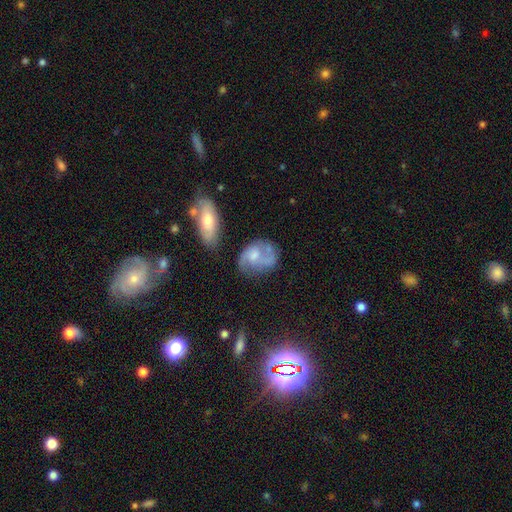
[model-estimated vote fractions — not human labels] Smooth or featured?
  - featured or disk: 58% *
  - smooth: 34%
  - star or artifact: 8%
Edge-on disk?
  - no: 96% *
  - yes: 4%
Bar?
  - no: 67% *
  - weak: 28%
  - strong: 4%
Spiral arms?
  - yes: 76% *
  - no: 24%
Bulge size?
  - moderate: 43% *
  - small: 31%
  - none: 18%
  - large: 7%
  - dominant: 2%
Merging?
  - none: 48% *
  - minor disturbance: 25%
  - major disturbance: 16%
  - merger: 12%